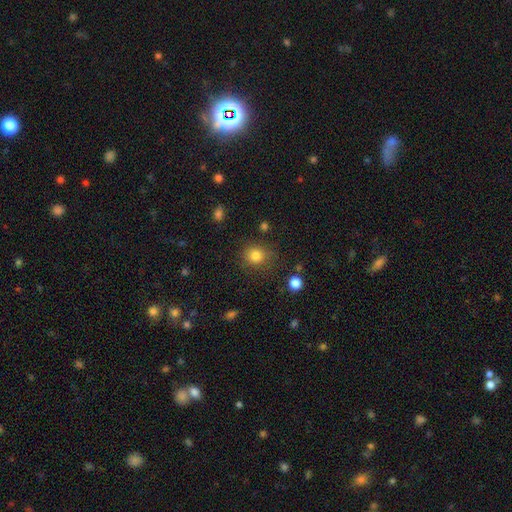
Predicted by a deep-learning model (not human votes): A smooth galaxy with no disk features (82%) that is round (84%). Merging: none (79%).